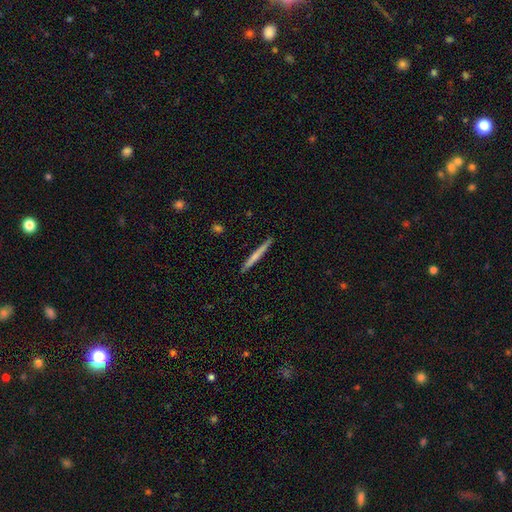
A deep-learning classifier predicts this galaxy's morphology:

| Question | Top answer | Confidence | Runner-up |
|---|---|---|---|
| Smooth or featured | smooth | 59% | featured or disk (35%) |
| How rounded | cigar-shaped | 97% | in between (2%) |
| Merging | none | 91% | minor disturbance (6%) |